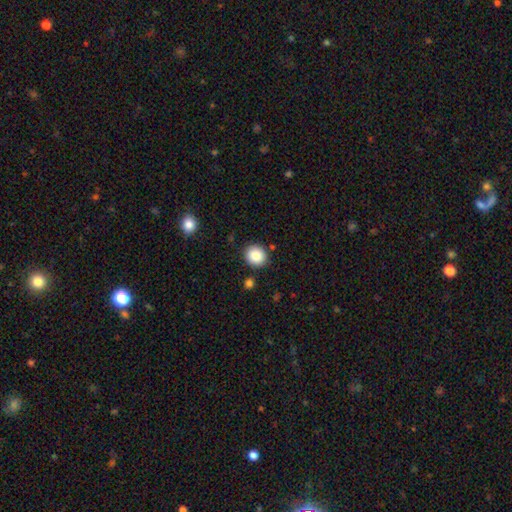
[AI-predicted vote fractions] Morphology: type=smooth (87%); roundness=round (80%); merging=none (87%).